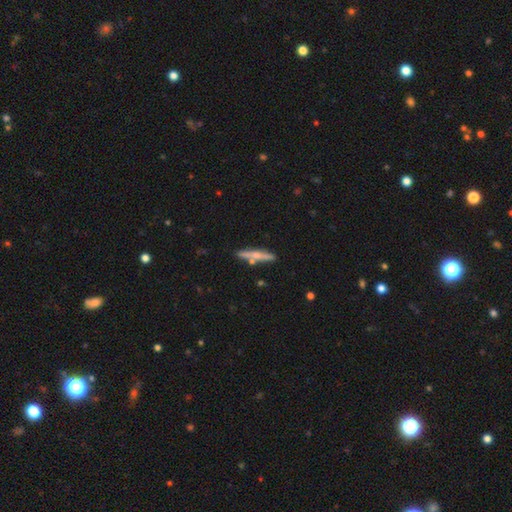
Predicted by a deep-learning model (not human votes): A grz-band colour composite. It shows a smooth galaxy with no disk features (50%). Merging: none (76%).